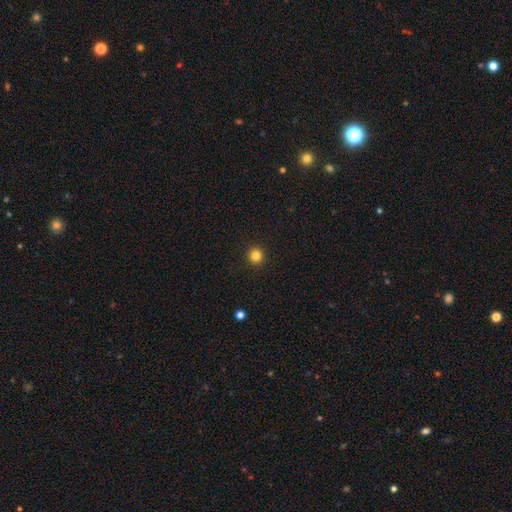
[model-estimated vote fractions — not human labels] This is clearly a smooth galaxy (83%). How rounded: clearly round (96%). Merging: clearly none (93%).